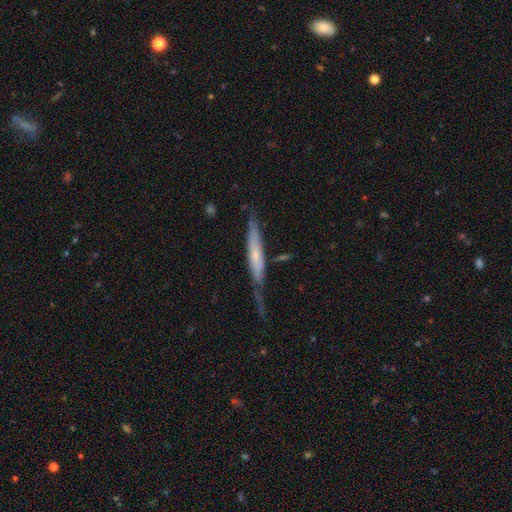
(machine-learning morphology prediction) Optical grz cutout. It shows a featured or disk galaxy (59%) viewed edge-on (77%). Merging: none (50%).